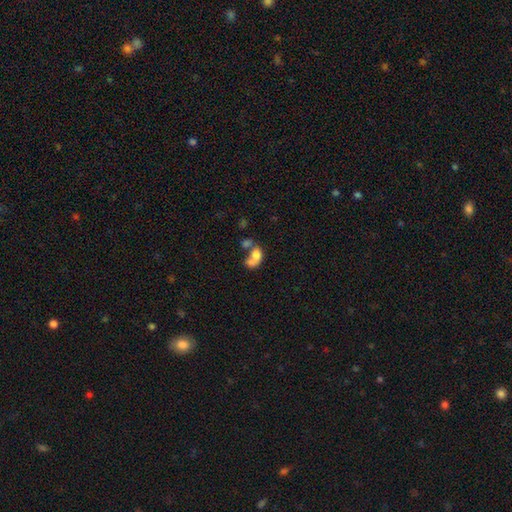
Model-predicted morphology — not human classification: A smooth galaxy with no disk features (65%) that is in between round and cigar-shaped (77%). Merging: merger (59%).